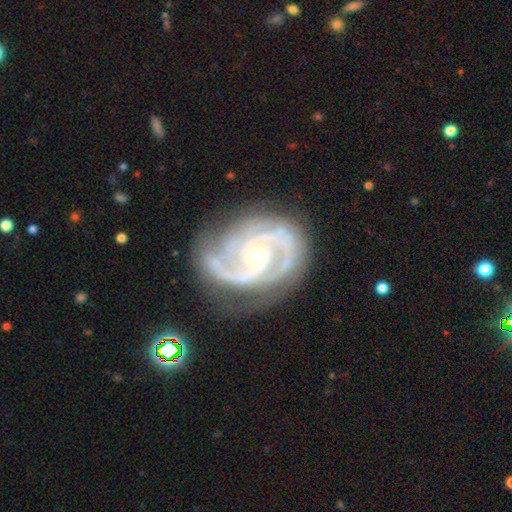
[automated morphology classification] This appears to be a featured or disk galaxy (93%) with no bar (64%), 2 (62%) tight (52%) spiral arms (98%) and a small central bulge (54%). Merging: none (71%).